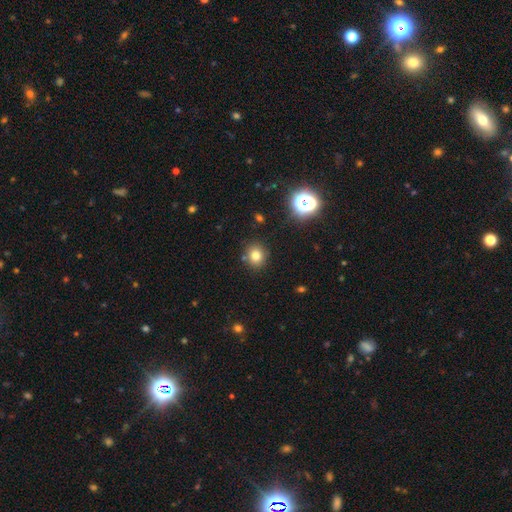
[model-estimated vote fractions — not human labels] smooth-or-featured: smooth: 77% | star or artifact: 16% | featured or disk: 8%
  how-rounded: round: 79% | in between: 20% | cigar-shaped: 1%
  merging: none: 85% | minor disturbance: 9% | merger: 4% | major disturbance: 3%